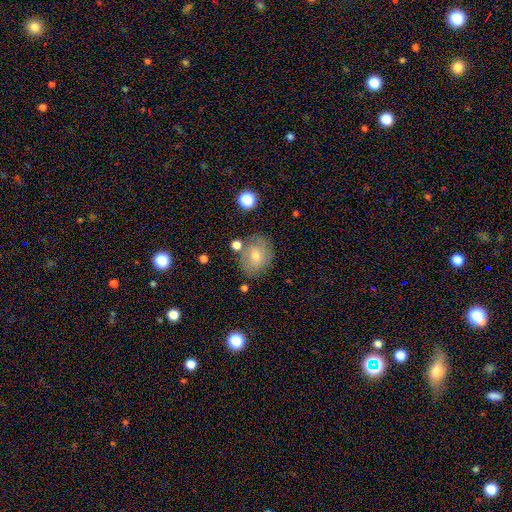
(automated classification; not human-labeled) Smooth or featured?
  - smooth: 57% *
  - featured or disk: 32%
  - star or artifact: 11%
How rounded?
  - round: 56% *
  - in between: 43%
  - cigar-shaped: 1%
Merging?
  - none: 70% *
  - minor disturbance: 17%
  - merger: 7%
  - major disturbance: 6%